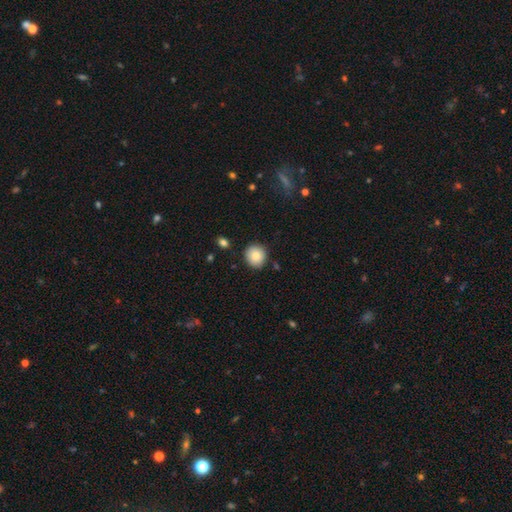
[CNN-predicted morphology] The model was most divided on "smooth or featured": smooth: 84%, star or artifact: 9%, featured or disk: 8%. More confident: how rounded — round (91%); merging — none (88%).